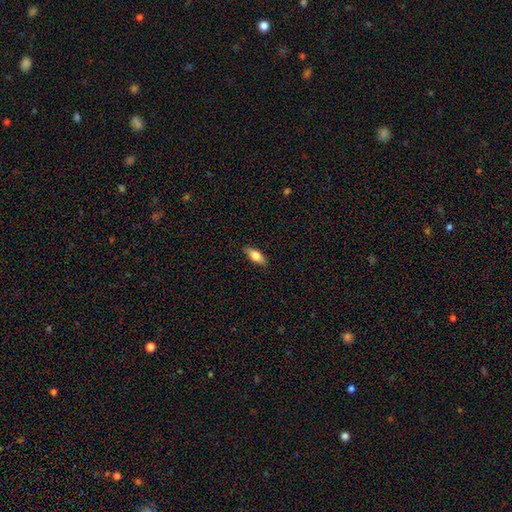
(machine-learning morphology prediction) smooth_or_featured: smooth (p=0.74) [alt: featured or disk p=0.19]
how_rounded: in between (p=0.76) [alt: cigar-shaped p=0.21]
merging: none (p=0.87) [alt: minor disturbance p=0.10]